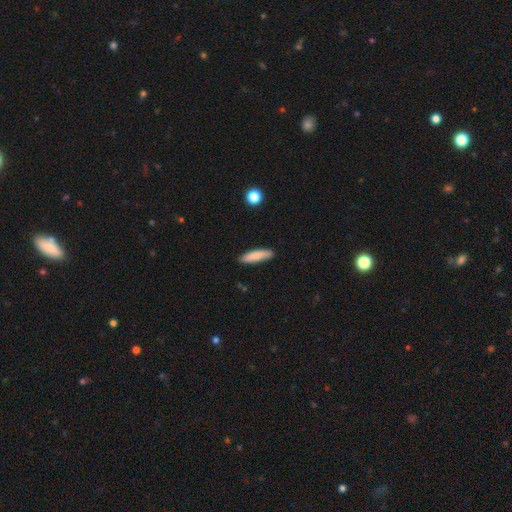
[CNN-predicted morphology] This appears to be a smooth galaxy with no disk features (83%) that is cigar-shaped (74%). Merging: none (85%).